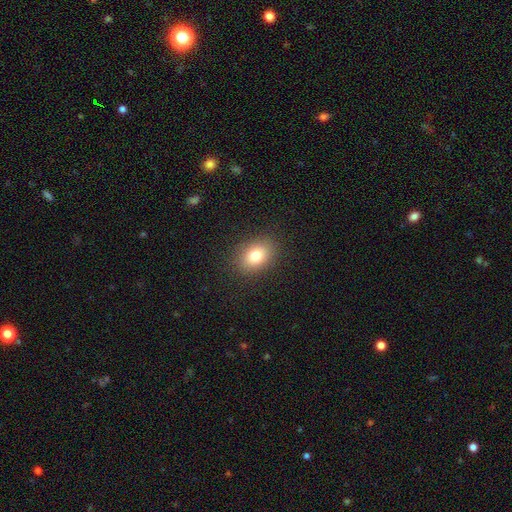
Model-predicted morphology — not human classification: The model was most divided on "how rounded": in between: 73%, round: 26%, cigar-shaped: 1%. More confident: merging — none (87%); smooth or featured — smooth (79%).